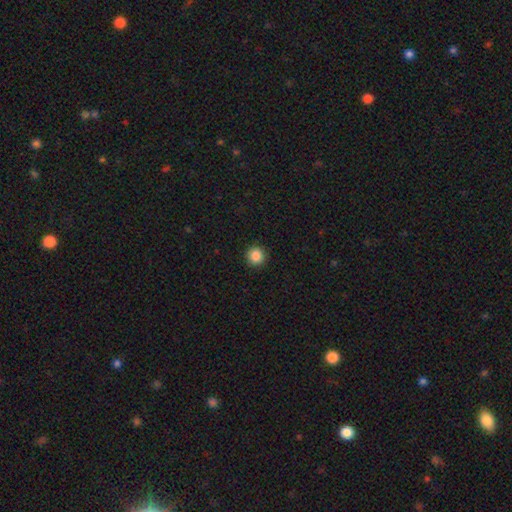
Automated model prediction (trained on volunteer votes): Morphology: type=smooth (85%); roundness=round (96%); merging=none (93%).